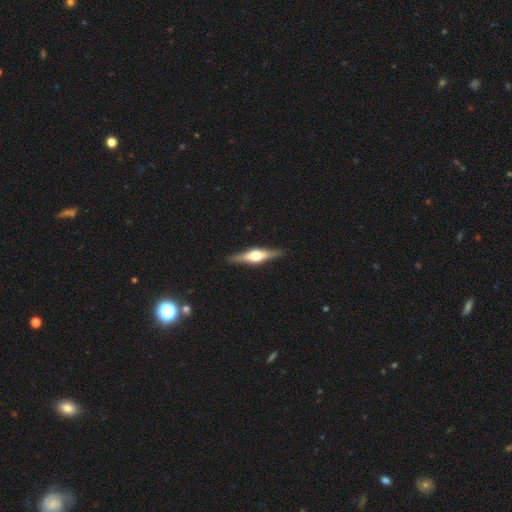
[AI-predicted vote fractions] featured or disk 74%, smooth 21%, star or artifact 6%. Down the decision tree: edge-on disk — yes (97%); edge-on bulge — rounded (91%); merging — none (90%).